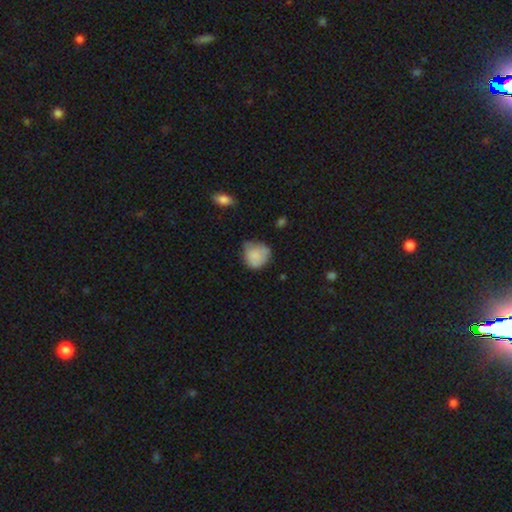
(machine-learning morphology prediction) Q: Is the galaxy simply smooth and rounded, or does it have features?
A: smooth — 78%.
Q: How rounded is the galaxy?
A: round — 77%.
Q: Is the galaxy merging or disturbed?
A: none — 45%.